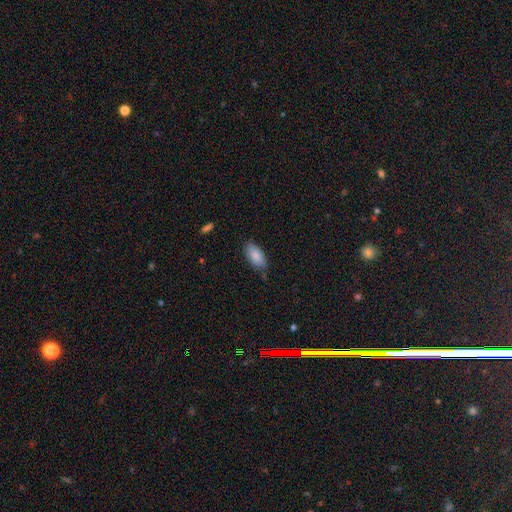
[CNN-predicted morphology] Smooth or featured?
  - smooth: 86% *
  - featured or disk: 8%
  - star or artifact: 6%
How rounded?
  - in between: 92% *
  - cigar-shaped: 6%
  - round: 2%
Merging?
  - none: 76% *
  - minor disturbance: 19%
  - major disturbance: 3%
  - merger: 2%